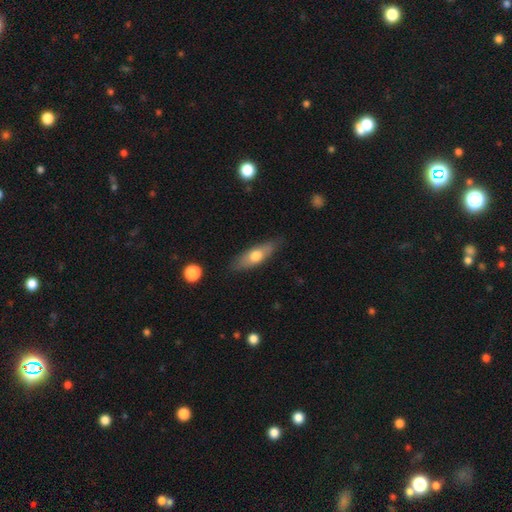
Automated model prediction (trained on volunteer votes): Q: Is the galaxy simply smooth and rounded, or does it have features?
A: smooth — 60%.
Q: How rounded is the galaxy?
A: in between — 52%.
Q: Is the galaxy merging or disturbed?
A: none — 81%.